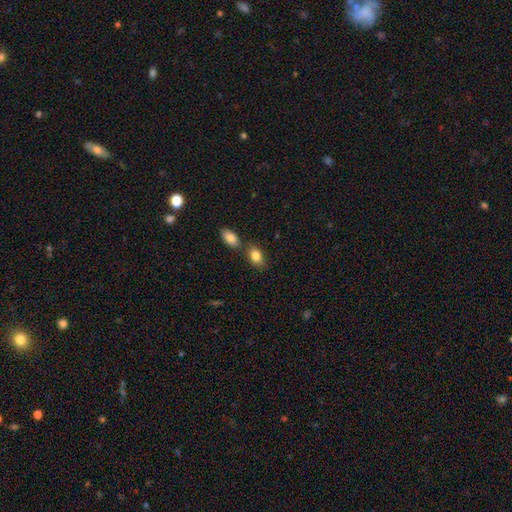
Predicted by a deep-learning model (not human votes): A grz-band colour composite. It shows a smooth galaxy with no disk features (84%) that is in between round and cigar-shaped (84%). Merging: none (60%).